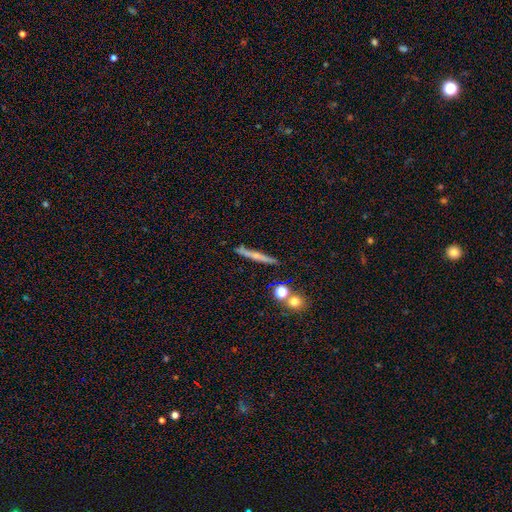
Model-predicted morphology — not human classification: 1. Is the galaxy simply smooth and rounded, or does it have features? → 46% featured or disk, 43% smooth, 11% star or artifact.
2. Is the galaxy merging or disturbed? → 81% none, 11% minor disturbance, 6% merger, 3% major disturbance.